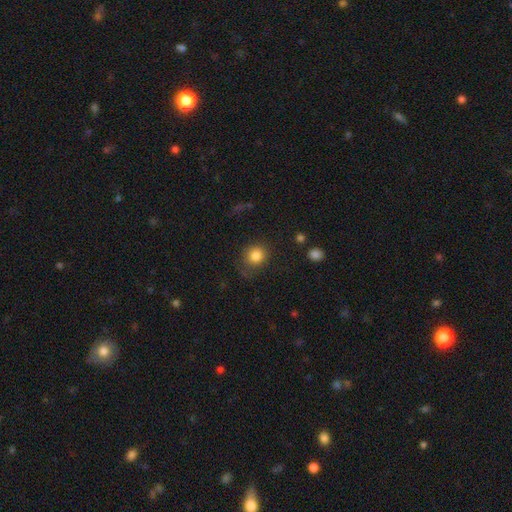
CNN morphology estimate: A smooth galaxy with no disk features (83%) that is round (82%).

Vote fractions:
- Smooth or featured? smooth: 83% / star or artifact: 11% / featured or disk: 6%
- How rounded? round: 82% / in between: 17% / cigar-shaped: 1%
- Merging? none: 77% / minor disturbance: 15% / major disturbance: 5% / merger: 2%